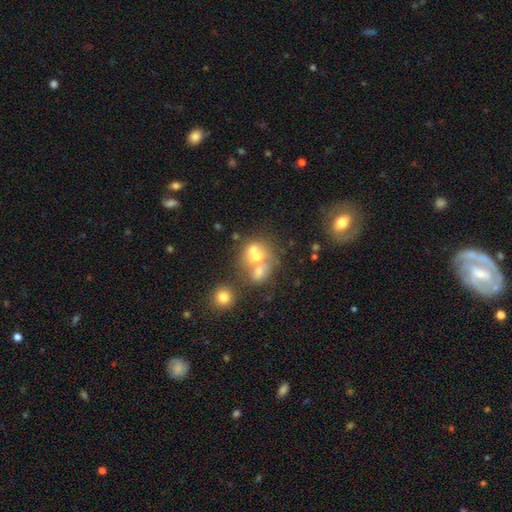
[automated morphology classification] Q: Smooth or featured?
A: smooth (51%); runner-up: featured or disk (32%)
Q: How rounded?
A: round (64%); runner-up: in between (35%)
Q: Merging?
A: merger (60%); runner-up: none (27%)